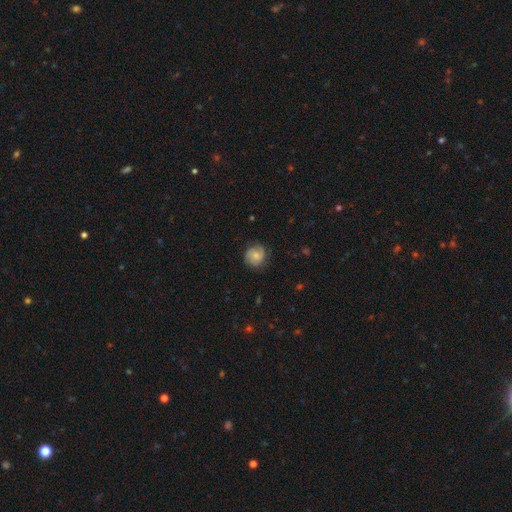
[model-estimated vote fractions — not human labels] smooth 58%, featured or disk 34%, star or artifact 8%. Down the decision tree: how rounded — round (86%); merging — none (76%).